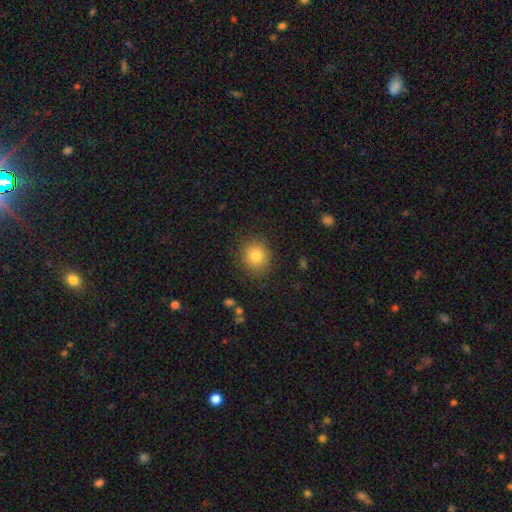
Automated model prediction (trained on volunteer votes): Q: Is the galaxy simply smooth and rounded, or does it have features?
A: smooth — 81%.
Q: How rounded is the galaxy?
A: round — 85%.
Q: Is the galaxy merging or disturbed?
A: none — 86%.